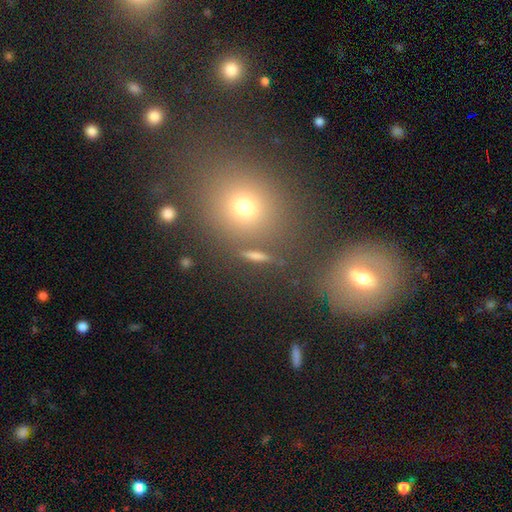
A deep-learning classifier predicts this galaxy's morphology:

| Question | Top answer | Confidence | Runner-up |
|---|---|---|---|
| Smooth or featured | smooth | 58% | star or artifact (24%) |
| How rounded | round | 42% | cigar-shaped (29%) |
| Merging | none | 81% | minor disturbance (9%) |